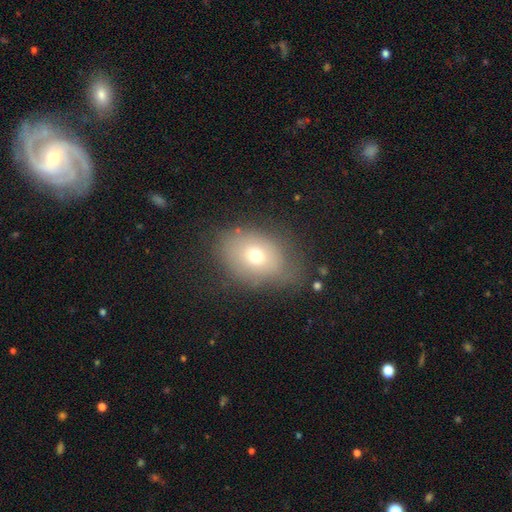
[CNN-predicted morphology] Smooth or featured? smooth (67%)
How rounded? in between (68%)
Merging? none (64%)